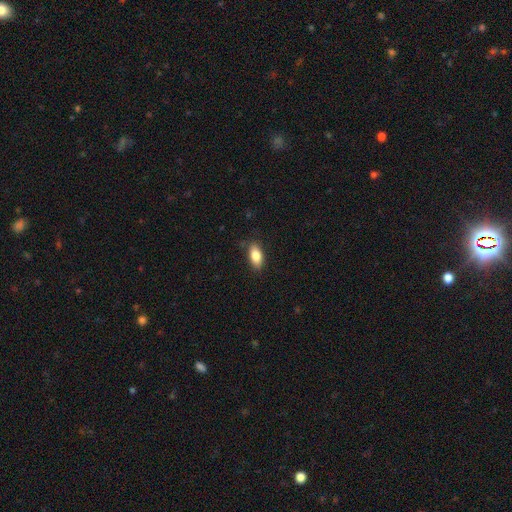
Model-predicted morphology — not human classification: Smooth or featured?
  - smooth: 83% *
  - featured or disk: 10%
  - star or artifact: 7%
How rounded?
  - in between: 88% *
  - cigar-shaped: 8%
  - round: 4%
Merging?
  - none: 83% *
  - minor disturbance: 13%
  - major disturbance: 3%
  - merger: 1%